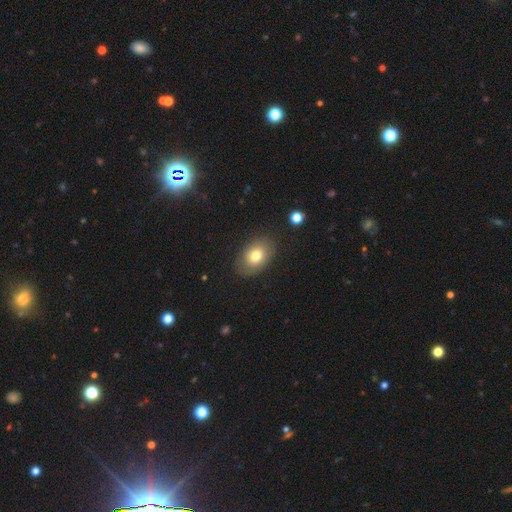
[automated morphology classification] This appears to be a smooth galaxy with no disk features (74%) that is in between round and cigar-shaped (79%). Merging: none (83%).